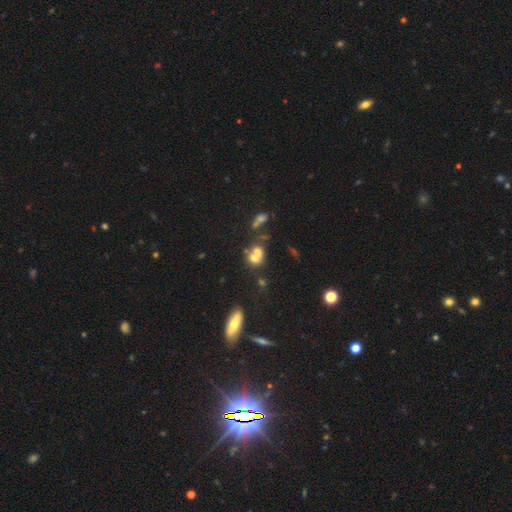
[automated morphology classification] Smooth or featured: smooth — 59% (featured or disk — 23%)
How rounded: round — 57% (in between — 41%)
Merging: merger — 55% (none — 28%)